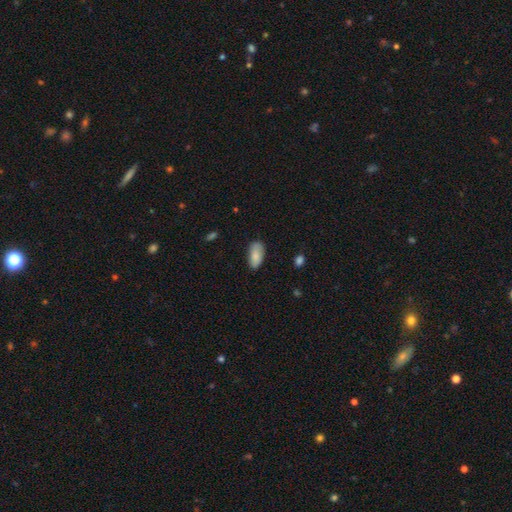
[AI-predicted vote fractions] smooth 83%, featured or disk 11%, star or artifact 6%. Down the decision tree: how rounded — in between (92%); merging — none (72%).